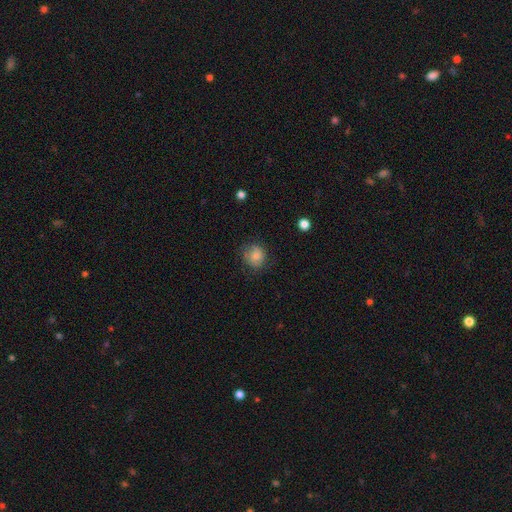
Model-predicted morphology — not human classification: type=smooth (80%); roundness=round (85%); merging=none (75%).